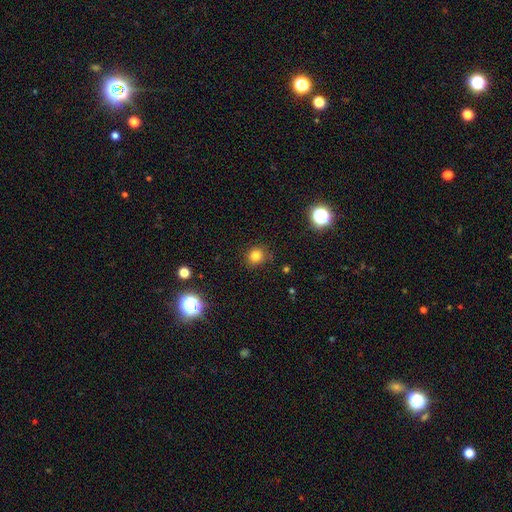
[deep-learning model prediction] Q: Smooth or featured?
A: smooth (80%); runner-up: star or artifact (15%)
Q: How rounded?
A: round (87%); runner-up: in between (12%)
Q: Merging?
A: none (85%); runner-up: minor disturbance (10%)